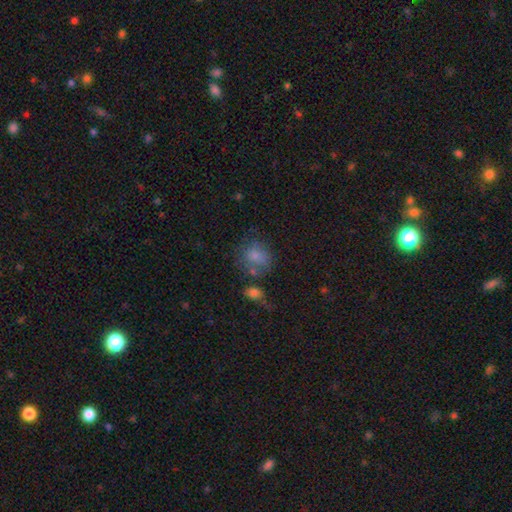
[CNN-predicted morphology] Smooth or featured: smooth — 79% (featured or disk — 11%)
How rounded: round — 70% (in between — 29%)
Merging: none — 56% (minor disturbance — 21%)